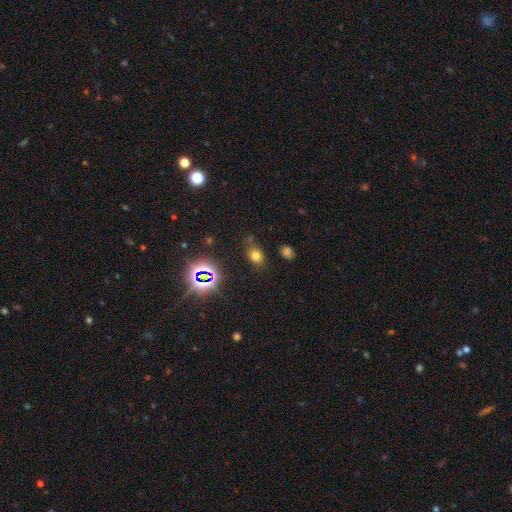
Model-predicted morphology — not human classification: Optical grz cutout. It shows a smooth galaxy with no disk features (65%) that is in between round and cigar-shaped (55%). Merging: none (78%).